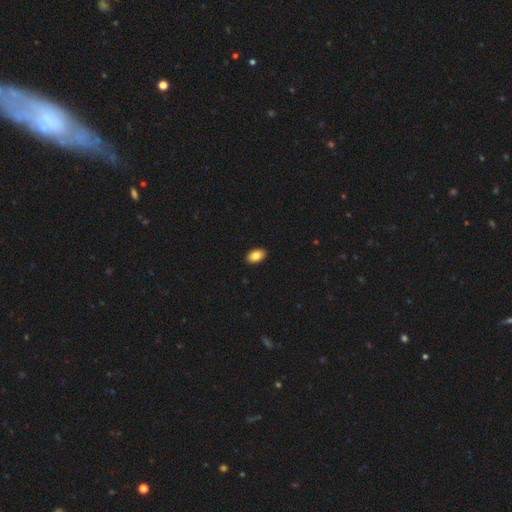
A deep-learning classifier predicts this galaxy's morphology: Smooth or featured?
  - smooth: 87% *
  - star or artifact: 8%
  - featured or disk: 6%
How rounded?
  - in between: 90% *
  - round: 9%
  - cigar-shaped: 1%
Merging?
  - none: 91% *
  - minor disturbance: 7%
  - major disturbance: 2%
  - merger: 1%